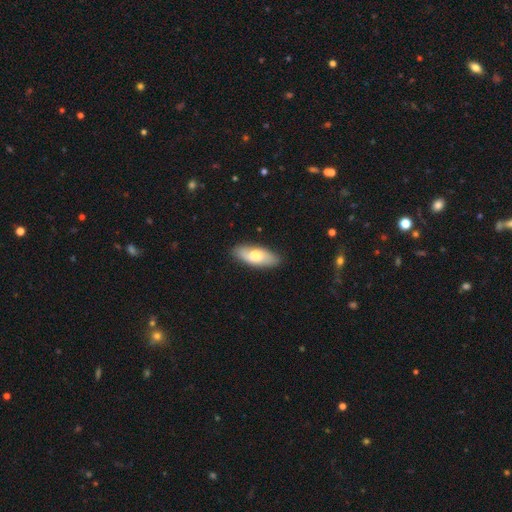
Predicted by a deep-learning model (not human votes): Smooth or featured? smooth (65%)
How rounded? in between (82%)
Merging? none (86%)